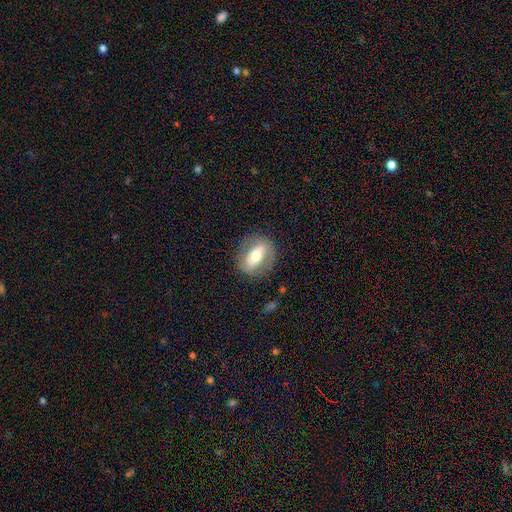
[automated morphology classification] smooth-or-featured: featured or disk: 49% | smooth: 44% | star or artifact: 7%
  merging: none: 80% | minor disturbance: 13% | major disturbance: 6% | merger: 1%